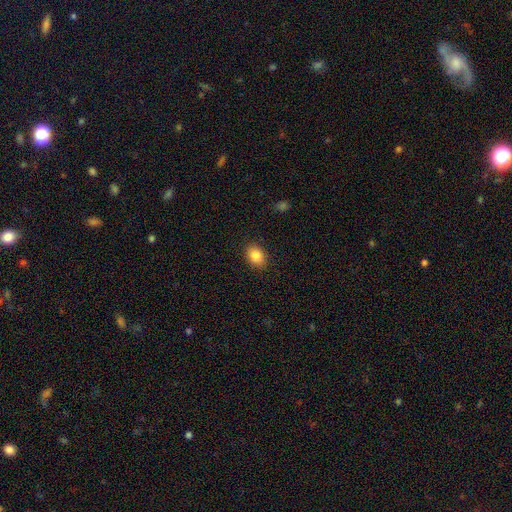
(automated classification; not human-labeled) Smooth or featured? Predicted: smooth (p=0.85). How rounded? Predicted: in between (p=0.65). Merging? Predicted: none (p=0.88).